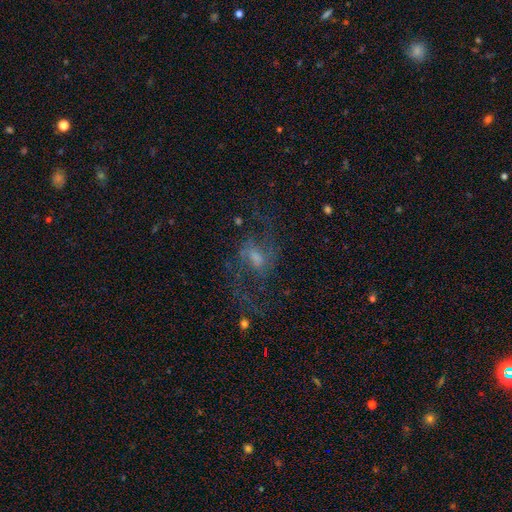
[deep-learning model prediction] Q: Smooth or featured?
A: featured or disk (78%); runner-up: smooth (12%)
Q: Edge-on disk?
A: no (97%); runner-up: yes (3%)
Q: Bar?
A: weak (56%); runner-up: no (30%)
Q: Spiral arms?
A: yes (91%); runner-up: no (9%)
Q: Spiral winding?
A: loose (55%); runner-up: medium (37%)
Q: Spiral arm count?
A: 2 (82%); runner-up: can't tell (7%)
Q: Bulge size?
A: moderate (43%); runner-up: small (33%)
Q: Merging?
A: none (59%); runner-up: major disturbance (22%)